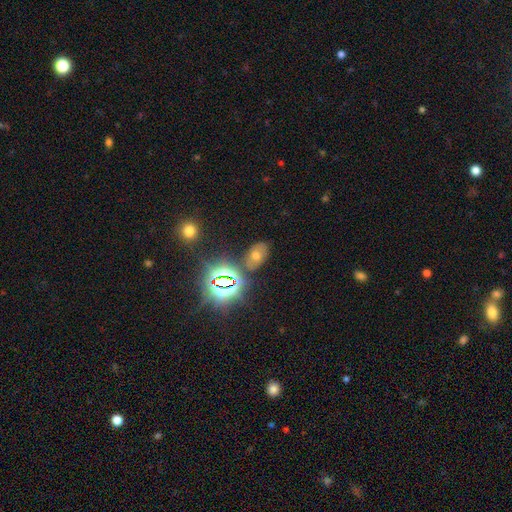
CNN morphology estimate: smooth-or-featured: star or artifact: 46% | smooth: 34% | featured or disk: 21%